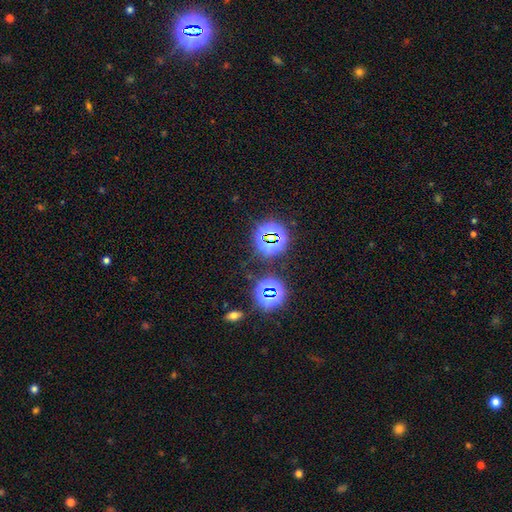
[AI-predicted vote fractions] The model was most divided on "smooth or featured": star or artifact: 77%, smooth: 14%, featured or disk: 8%.